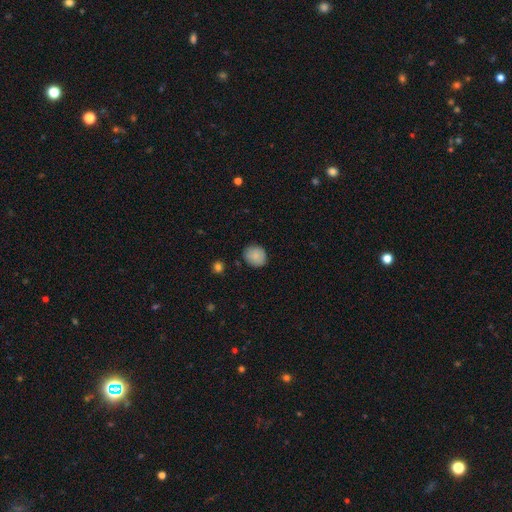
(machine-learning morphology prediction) smooth-or-featured: smooth: 87% | star or artifact: 8% | featured or disk: 6%
  how-rounded: round: 76% | in between: 23% | cigar-shaped: 1%
  merging: none: 84% | minor disturbance: 12% | major disturbance: 2% | merger: 1%